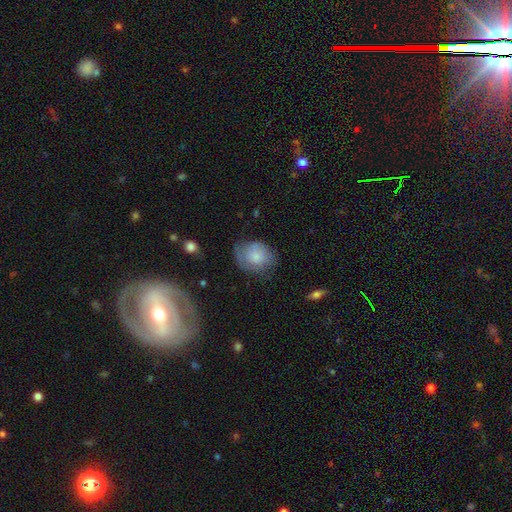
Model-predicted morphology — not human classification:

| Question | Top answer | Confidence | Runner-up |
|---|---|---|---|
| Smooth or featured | smooth | 68% | featured or disk (25%) |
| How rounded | round | 55% | in between (44%) |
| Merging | none | 52% | minor disturbance (32%) |